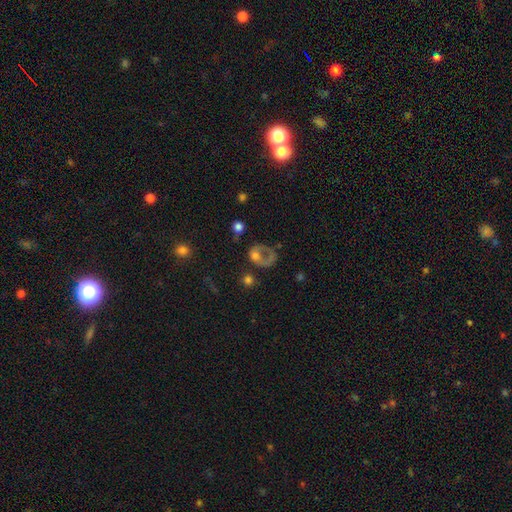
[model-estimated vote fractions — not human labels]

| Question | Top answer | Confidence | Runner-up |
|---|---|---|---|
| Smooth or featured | smooth | 52% | featured or disk (35%) |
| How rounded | round | 60% | in between (39%) |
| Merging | major disturbance | 38% | none (35%) |